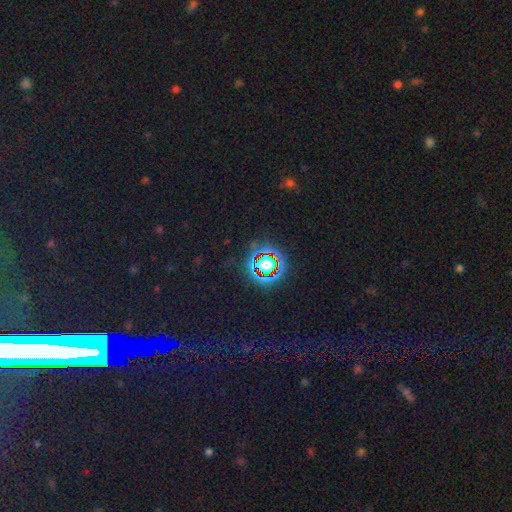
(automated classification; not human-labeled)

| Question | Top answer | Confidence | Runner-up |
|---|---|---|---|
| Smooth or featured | star or artifact | 74% | smooth (15%) |